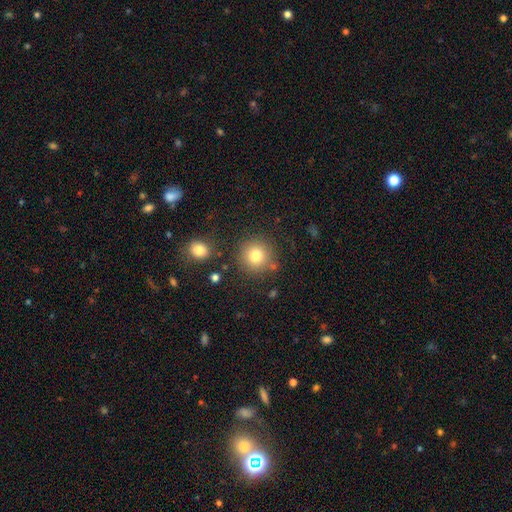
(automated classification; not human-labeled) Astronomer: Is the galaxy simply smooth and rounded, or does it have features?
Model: smooth — 78%.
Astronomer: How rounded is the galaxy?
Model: round — 94%.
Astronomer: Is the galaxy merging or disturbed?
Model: none — 83%.